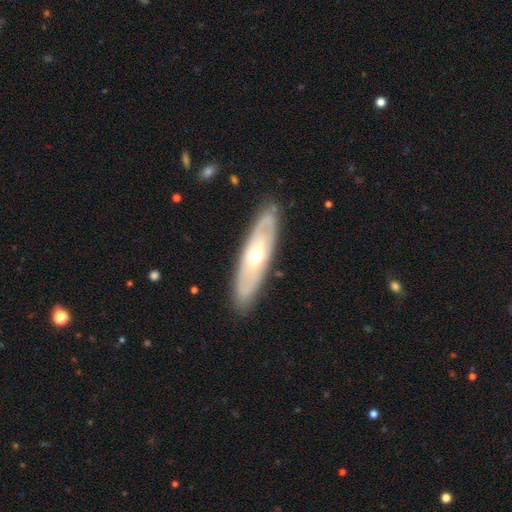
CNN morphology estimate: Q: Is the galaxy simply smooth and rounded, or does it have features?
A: featured or disk — 63%.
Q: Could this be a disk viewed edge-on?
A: no — 67%.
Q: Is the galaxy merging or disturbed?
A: none — 85%.